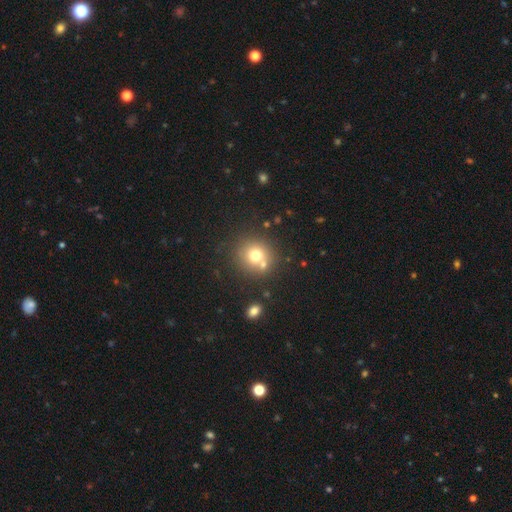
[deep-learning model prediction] Overall: smooth (71%). How rounded: round (87%). Merging: none (66%).